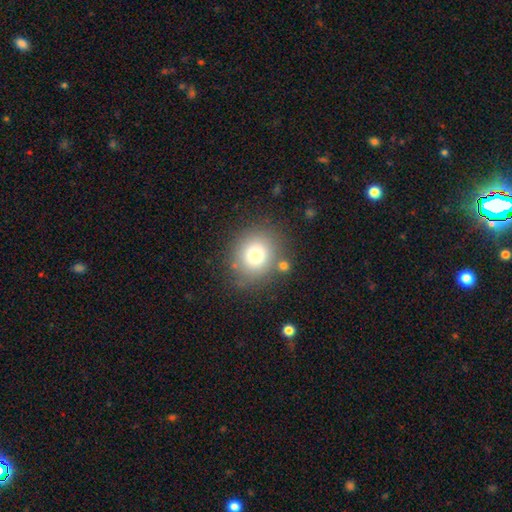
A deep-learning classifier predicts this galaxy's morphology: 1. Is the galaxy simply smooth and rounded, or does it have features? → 73% smooth, 17% star or artifact, 10% featured or disk.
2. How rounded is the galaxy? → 77% round, 22% in between, 1% cigar-shaped.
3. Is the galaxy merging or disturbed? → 83% none, 10% minor disturbance, 4% merger, 3% major disturbance.